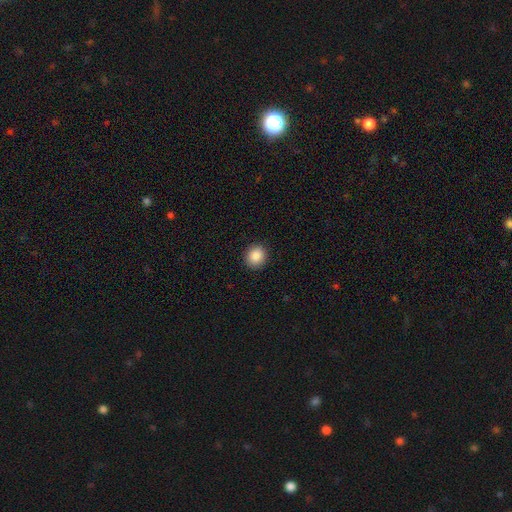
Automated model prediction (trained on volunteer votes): A smooth galaxy with no disk features (87%) that is round (81%).

Vote fractions:
- Smooth or featured? smooth: 87% / star or artifact: 9% / featured or disk: 4%
- How rounded? round: 81% / in between: 18% / cigar-shaped: 1%
- Merging? none: 91% / minor disturbance: 6% / major disturbance: 2% / merger: 1%